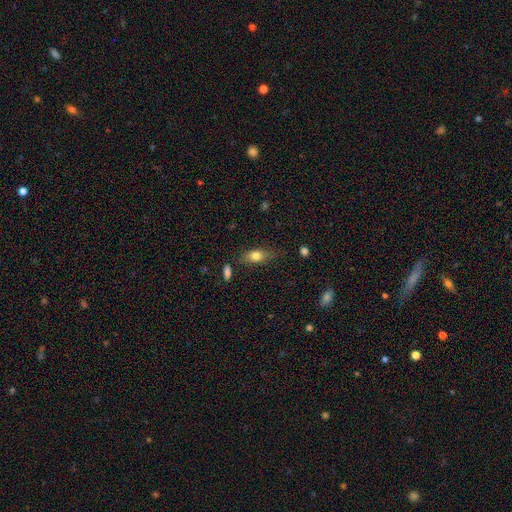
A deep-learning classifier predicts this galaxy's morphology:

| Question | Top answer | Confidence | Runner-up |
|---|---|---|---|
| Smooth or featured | smooth | 76% | featured or disk (15%) |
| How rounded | in between | 79% | cigar-shaped (13%) |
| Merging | none | 71% | minor disturbance (20%) |